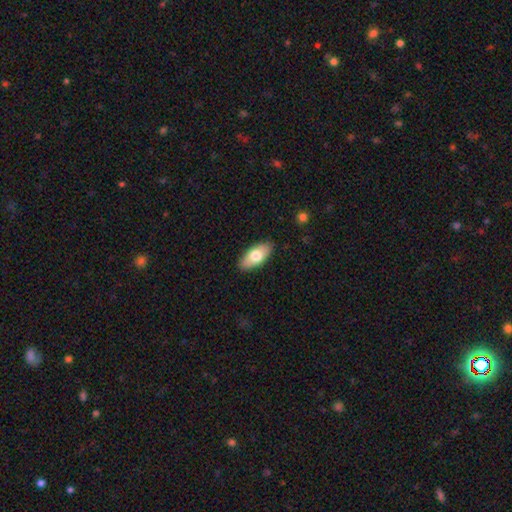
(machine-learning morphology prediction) Overall: smooth (72%). How rounded: in between (88%). Merging: none (88%).